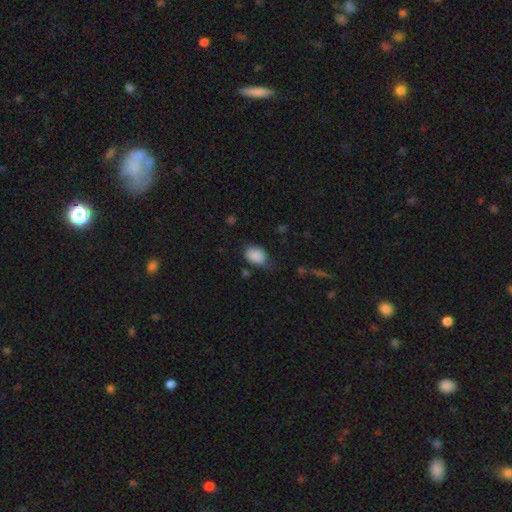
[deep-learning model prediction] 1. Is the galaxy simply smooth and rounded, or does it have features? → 87% smooth, 8% star or artifact, 5% featured or disk.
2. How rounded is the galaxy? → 77% in between, 22% round, 1% cigar-shaped.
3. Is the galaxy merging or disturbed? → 64% none, 27% minor disturbance, 7% major disturbance, 2% merger.